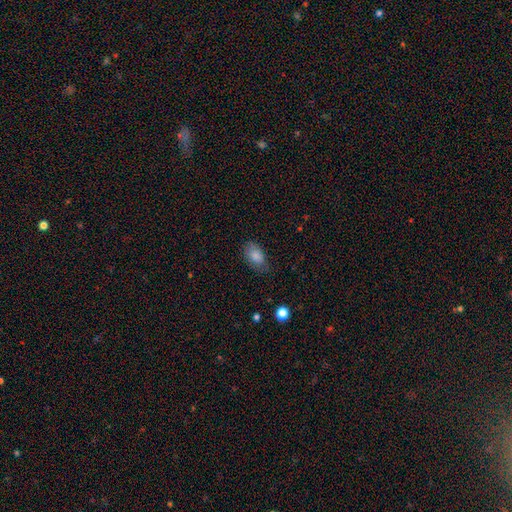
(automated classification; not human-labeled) A smooth galaxy with no disk features (85%) that is in between round and cigar-shaped (90%). Merging: none (70%).